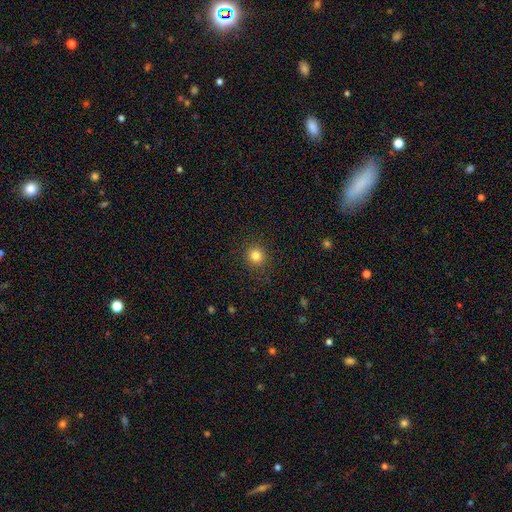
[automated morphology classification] Overall: smooth (82%). How rounded: round (93%). Merging: none (90%).